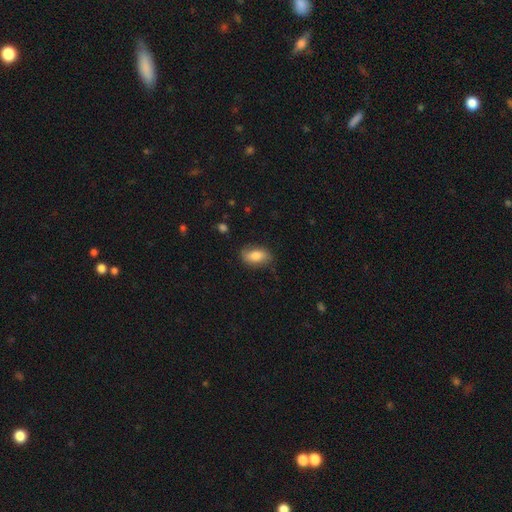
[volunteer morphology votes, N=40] Smooth or featured?
  - smooth: 82% *
  - featured or disk: 12%
  - star or artifact: 5%
How rounded?
  - in between: 85% *
  - round: 15%
  - cigar-shaped: 0%
Merging?
  - none: 68% *
  - minor disturbance: 29%
  - major disturbance: 3%
  - merger: 0%